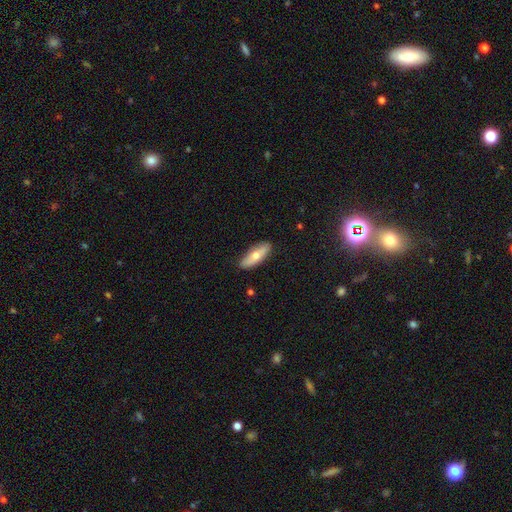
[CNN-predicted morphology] Smooth or featured? smooth (62%)
How rounded? in between (57%)
Merging? none (86%)